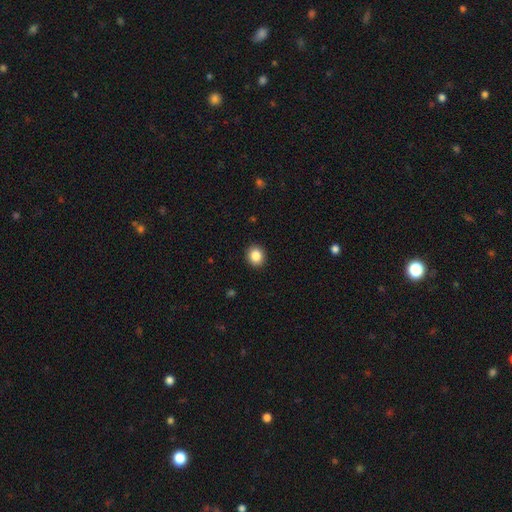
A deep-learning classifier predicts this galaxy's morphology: The model was most divided on "how rounded": round: 76%, in between: 23%, cigar-shaped: 1%. More confident: merging — none (92%); smooth or featured — smooth (86%).